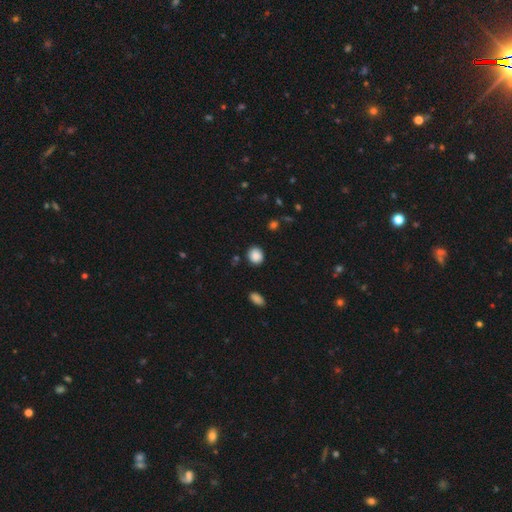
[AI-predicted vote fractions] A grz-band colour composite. It shows a smooth galaxy with no disk features (88%) that is round (74%). Merging: none (87%).